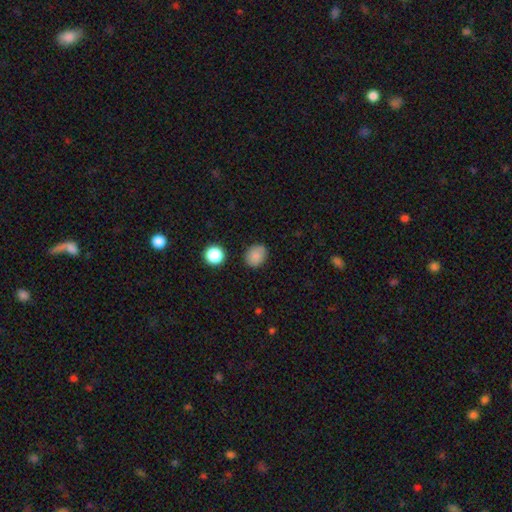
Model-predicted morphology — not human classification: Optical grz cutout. It shows a smooth galaxy with no disk features (85%) that is round (62%). Merging: none (82%).